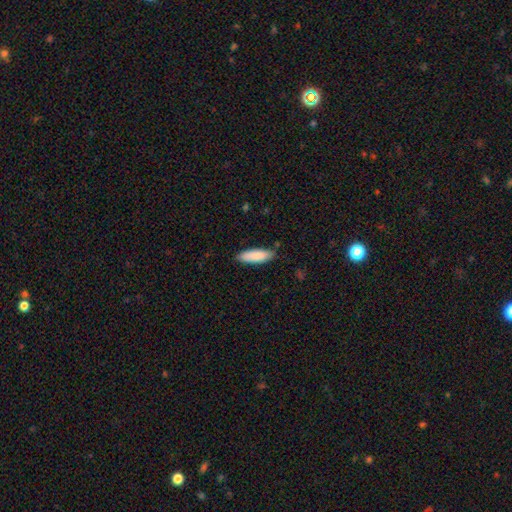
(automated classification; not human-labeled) Smooth or featured?
  - smooth: 87% *
  - featured or disk: 7%
  - star or artifact: 5%
How rounded?
  - in between: 51% *
  - cigar-shaped: 48%
  - round: 1%
Merging?
  - none: 84% *
  - minor disturbance: 12%
  - major disturbance: 2%
  - merger: 2%